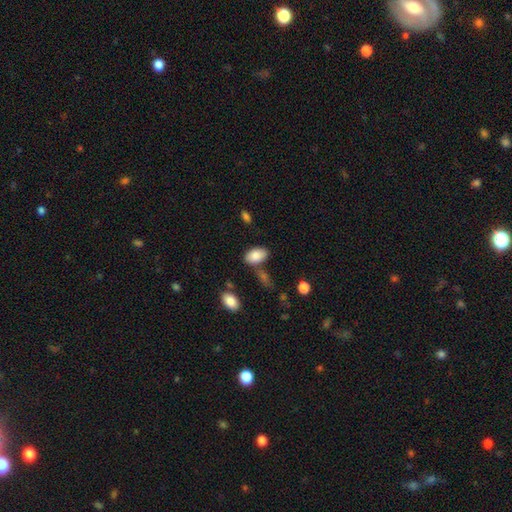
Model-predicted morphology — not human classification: Smooth or featured?
  - smooth: 84% *
  - featured or disk: 9%
  - star or artifact: 7%
How rounded?
  - in between: 94% *
  - round: 5%
  - cigar-shaped: 2%
Merging?
  - none: 70% *
  - minor disturbance: 16%
  - merger: 10%
  - major disturbance: 4%